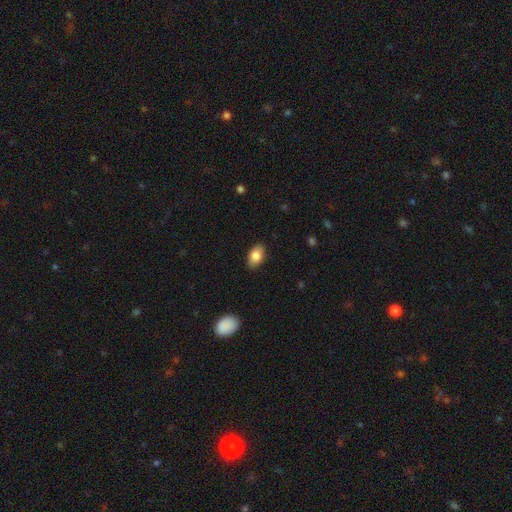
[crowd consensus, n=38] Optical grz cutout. It shows a smooth galaxy with no disk features (92%) that is in between round and cigar-shaped (89%). Merging: none (92%).